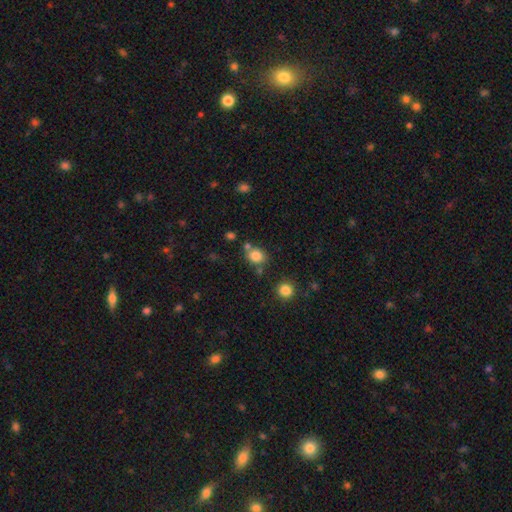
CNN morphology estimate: Smooth or featured?
  - smooth: 81% *
  - star or artifact: 12%
  - featured or disk: 7%
How rounded?
  - round: 70% *
  - in between: 29%
  - cigar-shaped: 1%
Merging?
  - none: 64% *
  - merger: 19%
  - minor disturbance: 13%
  - major disturbance: 4%